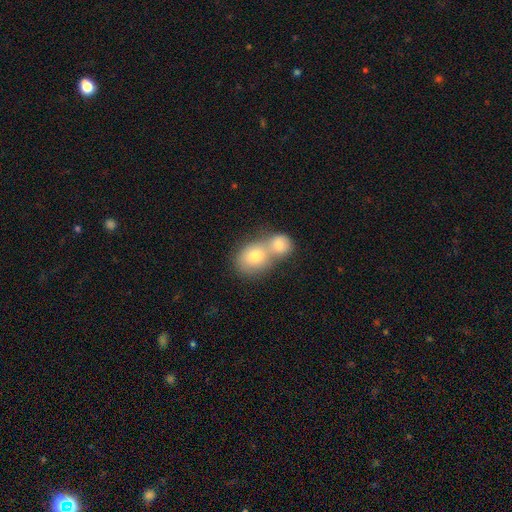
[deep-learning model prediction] The model was most divided on "how rounded": round: 62%, in between: 37%, cigar-shaped: 1%. More confident: smooth or featured — smooth (74%); merging — merger (67%).